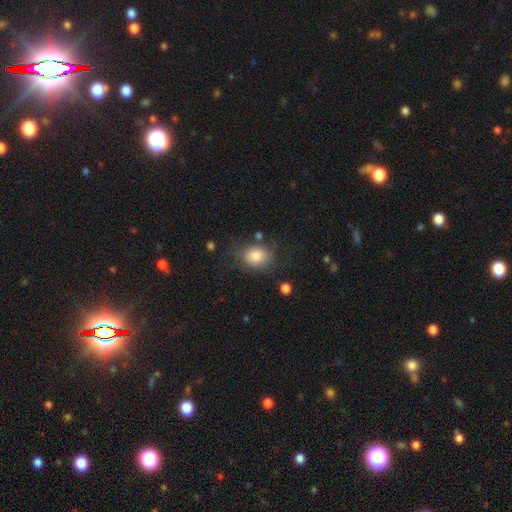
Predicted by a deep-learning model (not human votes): The model was most divided on "how rounded": in between: 51%, round: 48%, cigar-shaped: 1%. More confident: smooth or featured — smooth (81%); merging — none (67%).